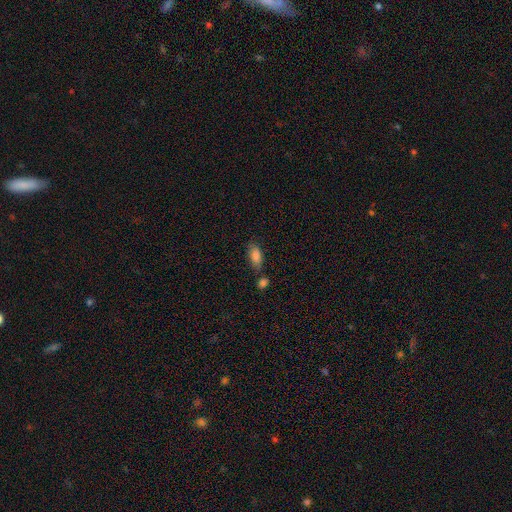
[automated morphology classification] type=smooth (85%); roundness=in between (89%); merging=none (66%).